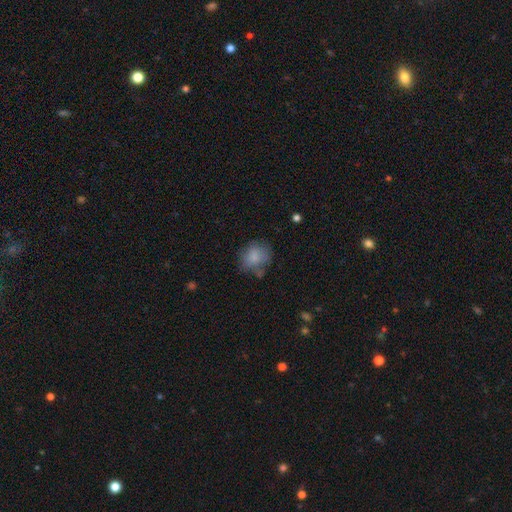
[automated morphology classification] Q: Smooth or featured?
A: smooth (81%); runner-up: featured or disk (11%)
Q: How rounded?
A: round (65%); runner-up: in between (34%)
Q: Merging?
A: none (63%); runner-up: minor disturbance (23%)